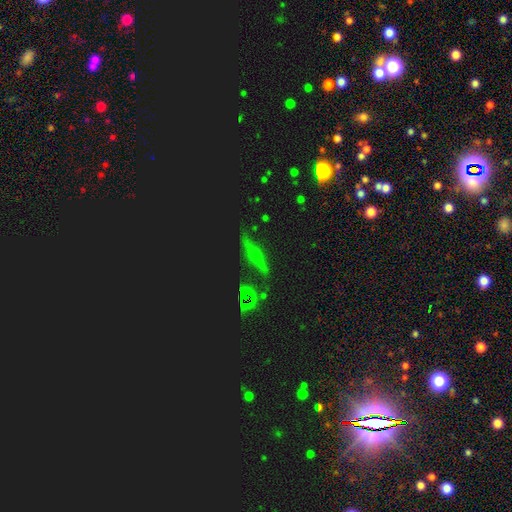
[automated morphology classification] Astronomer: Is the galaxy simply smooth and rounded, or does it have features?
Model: star or artifact — 37% (runner-up: smooth, 36%).